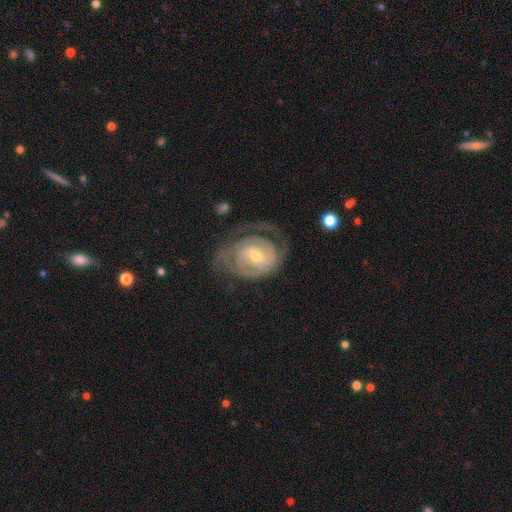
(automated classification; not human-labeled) Morphology: type=featured or disk (86%); edge-on=no (97%); bar=weak (53%); spiral arms=yes (93%); winding=tight (62%); arm count=2 (47%); bulge=moderate (54%); merging=none (55%).